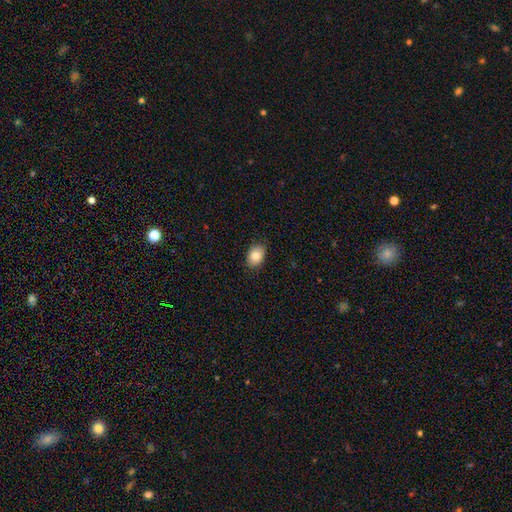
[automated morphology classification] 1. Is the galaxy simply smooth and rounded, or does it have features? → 84% smooth, 8% star or artifact, 8% featured or disk.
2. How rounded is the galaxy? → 75% in between, 24% round, 1% cigar-shaped.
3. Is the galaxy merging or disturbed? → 86% none, 11% minor disturbance, 2% major disturbance, 1% merger.